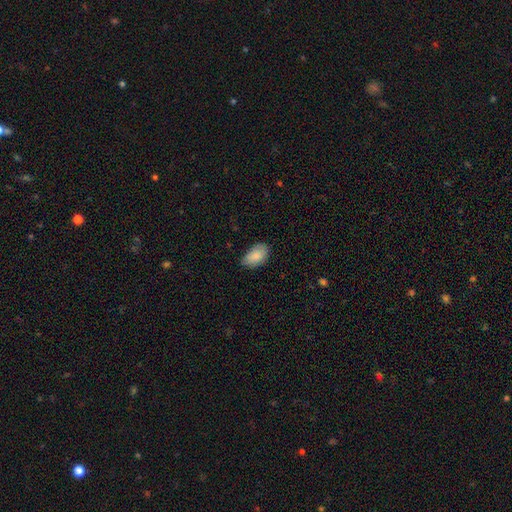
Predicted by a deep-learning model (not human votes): smooth_or_featured: smooth (p=0.85) [alt: featured or disk p=0.08]
how_rounded: in between (p=0.94) [alt: round p=0.04]
merging: none (p=0.73) [alt: minor disturbance p=0.23]